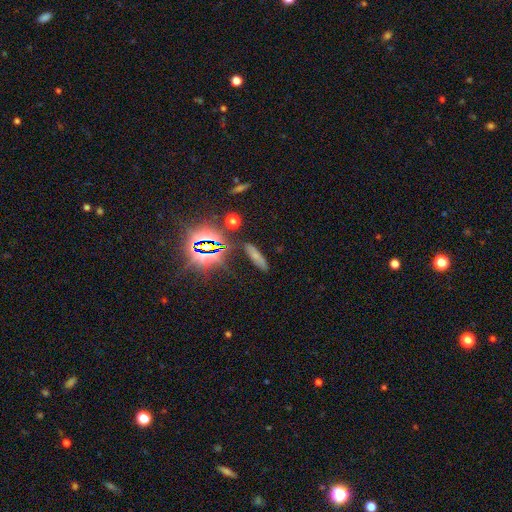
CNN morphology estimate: smooth 59%, star or artifact 27%, featured or disk 14%. Down the decision tree: how rounded — cigar-shaped (71%); merging — none (82%).